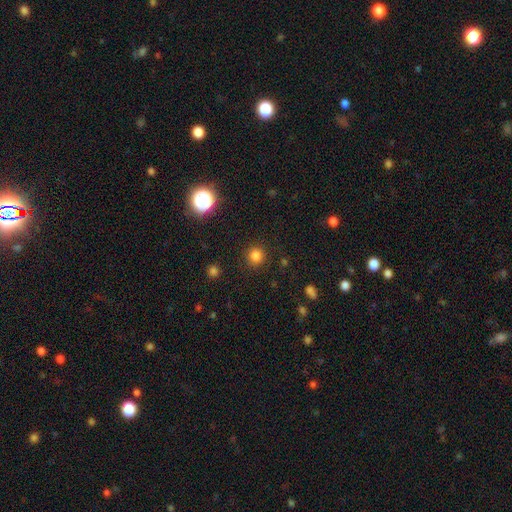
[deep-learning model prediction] A smooth galaxy with no disk features (81%) that is round (91%).

Vote fractions:
- Smooth or featured? smooth: 81% / star or artifact: 15% / featured or disk: 4%
- How rounded? round: 91% / in between: 8% / cigar-shaped: 1%
- Merging? none: 89% / minor disturbance: 7% / major disturbance: 3% / merger: 2%